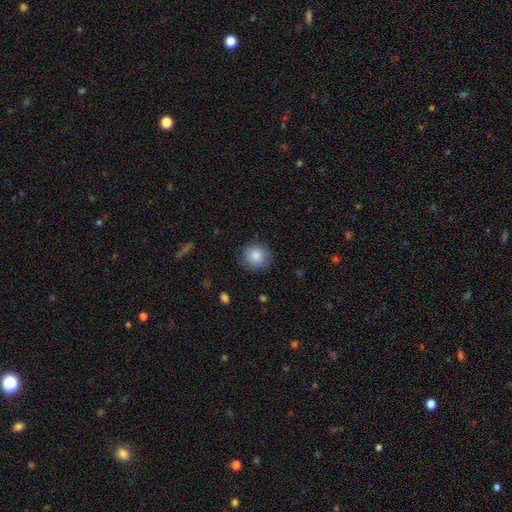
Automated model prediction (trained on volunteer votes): A smooth galaxy with no disk features (87%) that is round (91%). Merging: none (85%).